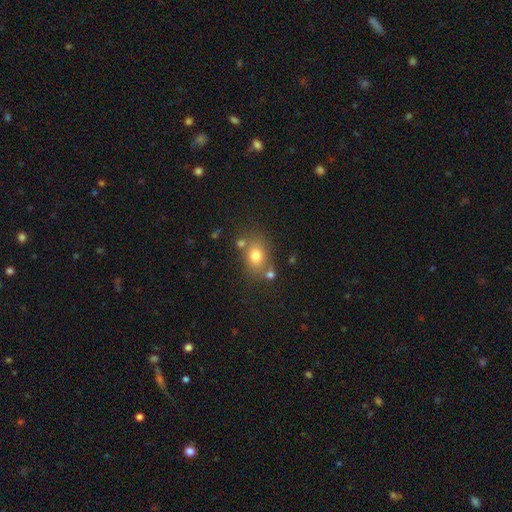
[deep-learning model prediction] Smooth or featured? Predicted: smooth (p=0.75). How rounded? Predicted: in between (p=0.57). Merging? Predicted: none (p=0.65).